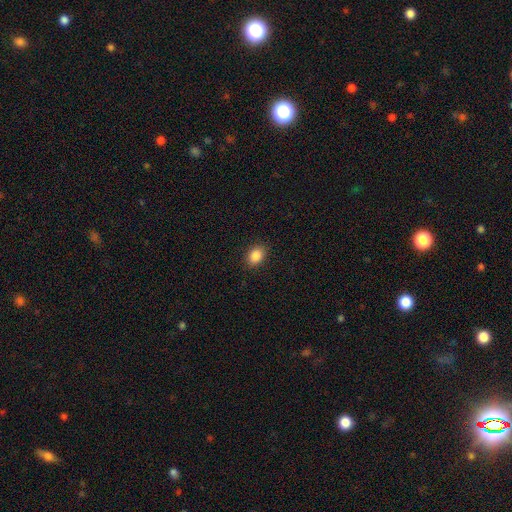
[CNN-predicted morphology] This appears to be a smooth galaxy with no disk features (87%) that is in between round and cigar-shaped (67%). Merging: none (88%).